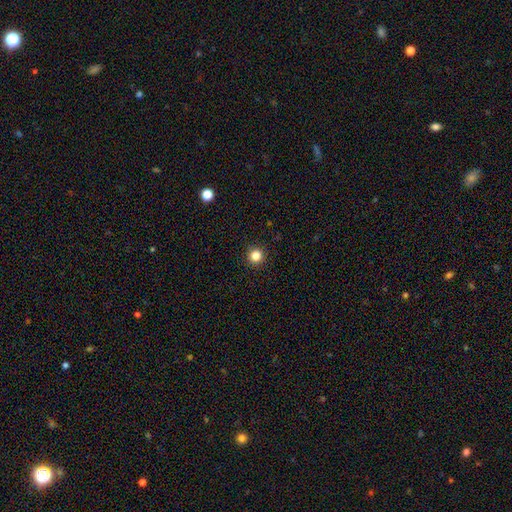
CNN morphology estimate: Q: Smooth or featured?
A: smooth (84%); runner-up: star or artifact (12%)
Q: How rounded?
A: round (96%); runner-up: in between (3%)
Q: Merging?
A: none (93%); runner-up: minor disturbance (4%)